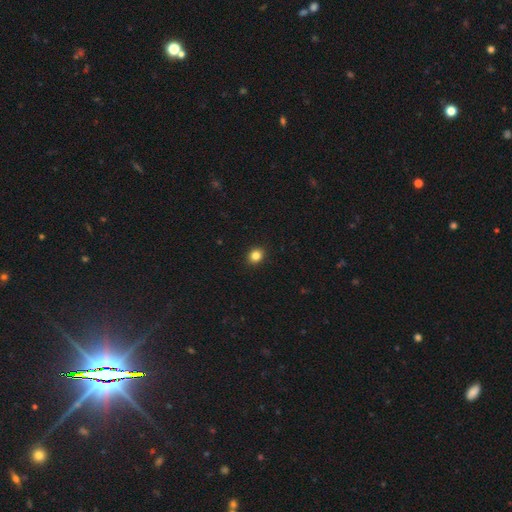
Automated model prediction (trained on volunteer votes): Overall: smooth (84%). How rounded: round (70%). Merging: none (92%).